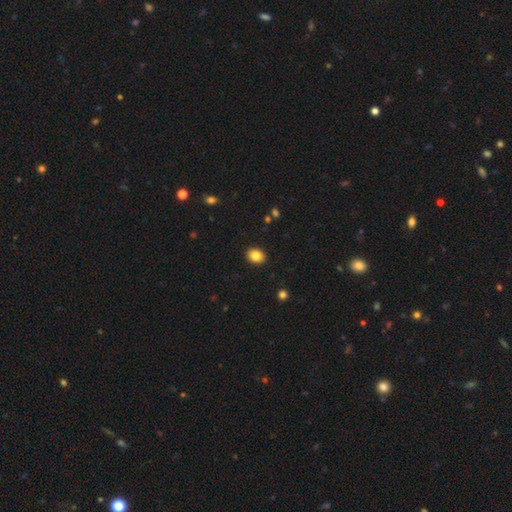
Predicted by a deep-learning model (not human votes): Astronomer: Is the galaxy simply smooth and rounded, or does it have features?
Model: smooth — 85%.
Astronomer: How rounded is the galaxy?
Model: in between — 50% (runner-up: round, 49%).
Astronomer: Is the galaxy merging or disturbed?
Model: none — 91%.